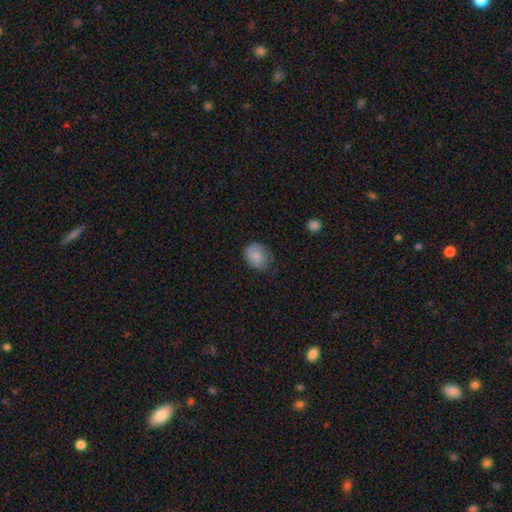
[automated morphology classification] A smooth galaxy with no disk features (85%) that is round (53%). Merging: none (68%).